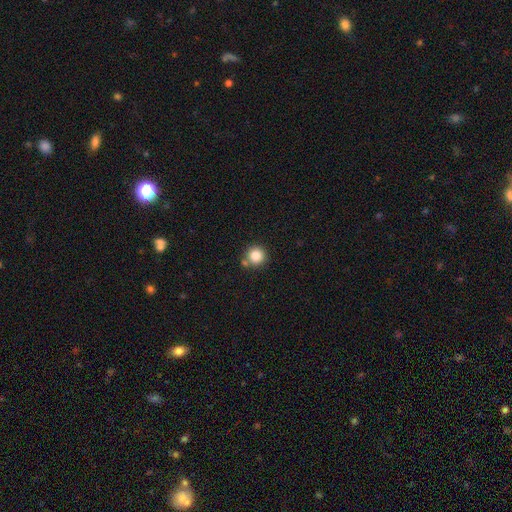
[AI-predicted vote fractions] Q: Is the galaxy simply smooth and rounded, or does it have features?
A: smooth — 83%.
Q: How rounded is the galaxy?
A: round — 95%.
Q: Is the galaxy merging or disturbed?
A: none — 76%.